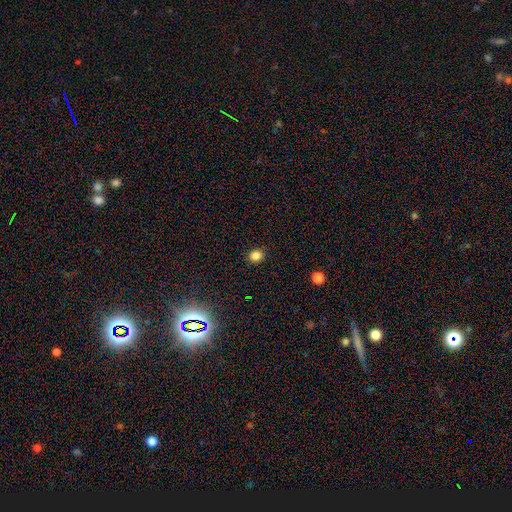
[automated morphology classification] Overall: smooth (82%). How rounded: round (80%). Merging: none (91%).